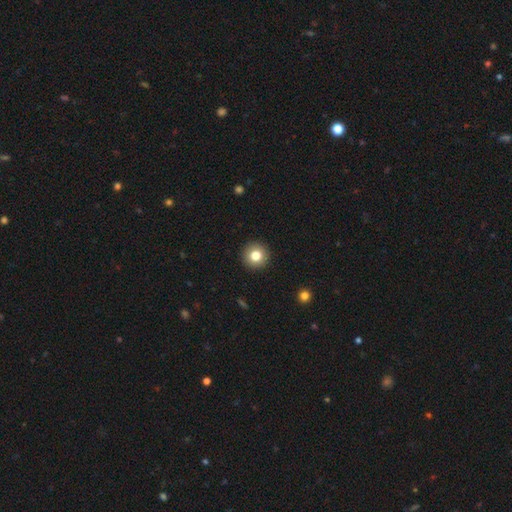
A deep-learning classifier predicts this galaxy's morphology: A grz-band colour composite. It shows a smooth galaxy with no disk features (80%) that is round (95%). Merging: none (93%).